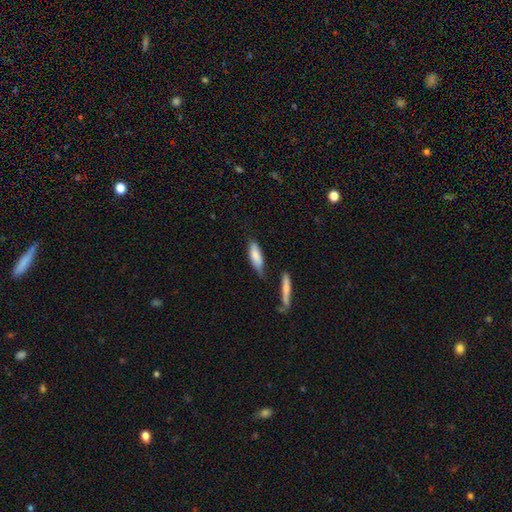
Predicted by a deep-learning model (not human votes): Smooth or featured? Predicted: smooth (p=0.80). How rounded? Predicted: in between (p=0.51). Merging? Predicted: none (p=0.55).